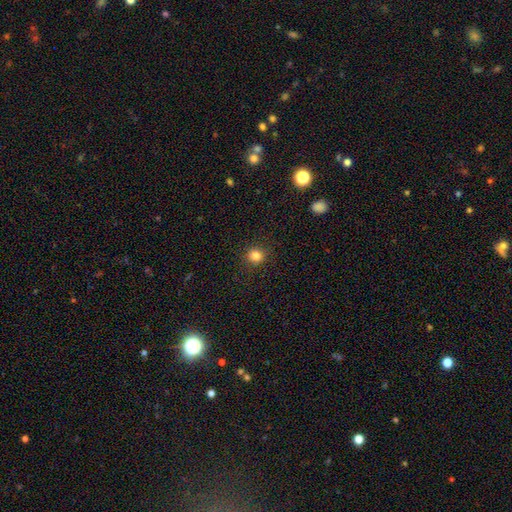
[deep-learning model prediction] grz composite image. It shows a smooth galaxy with no disk features (83%) that is round (89%). Merging: none (91%).